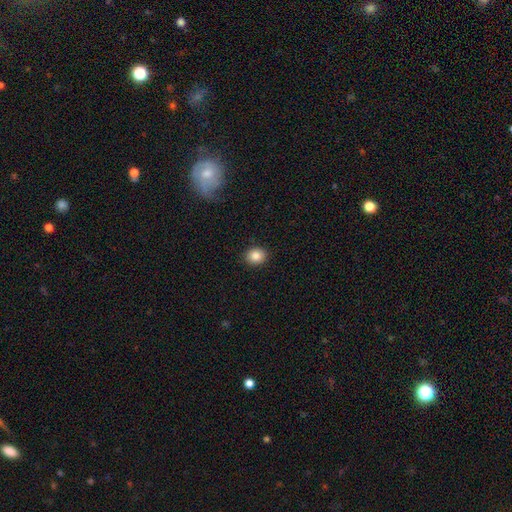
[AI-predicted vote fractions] Q: Smooth or featured?
A: smooth (85%); runner-up: star or artifact (9%)
Q: How rounded?
A: round (69%); runner-up: in between (30%)
Q: Merging?
A: none (90%); runner-up: minor disturbance (7%)